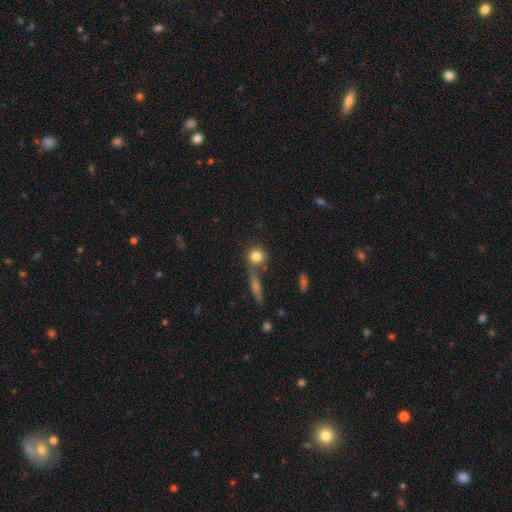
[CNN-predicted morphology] Smooth or featured? Predicted: smooth (p=0.80). How rounded? Predicted: round (p=0.86). Merging? Predicted: none (p=0.62).